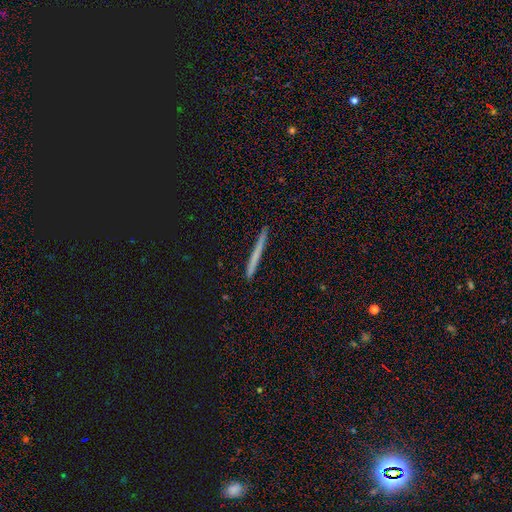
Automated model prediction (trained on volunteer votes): Smooth or featured?
  - smooth: 62% *
  - featured or disk: 31%
  - star or artifact: 7%
How rounded?
  - cigar-shaped: 97% *
  - in between: 2%
  - round: 1%
Merging?
  - none: 91% *
  - minor disturbance: 6%
  - major disturbance: 1%
  - merger: 1%